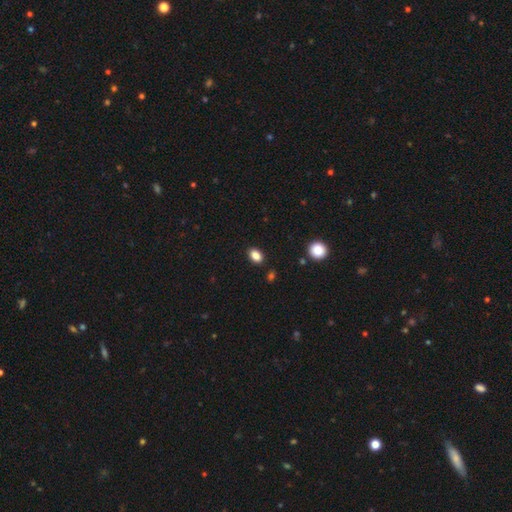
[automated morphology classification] type=smooth (86%); roundness=in between (81%); merging=none (89%).